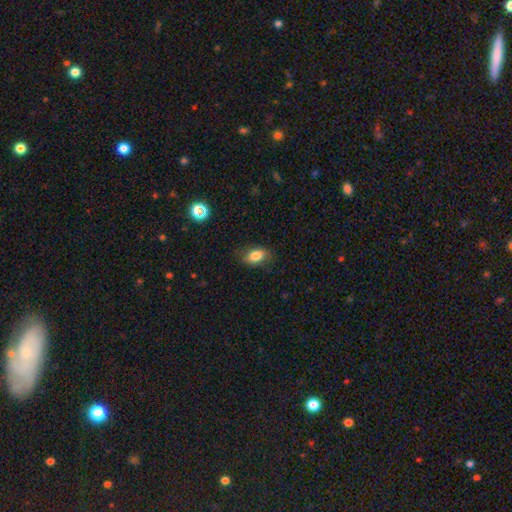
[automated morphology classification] smooth-or-featured: smooth: 82% | featured or disk: 10% | star or artifact: 9%
  how-rounded: in between: 85% | round: 13% | cigar-shaped: 2%
  merging: none: 77% | minor disturbance: 17% | major disturbance: 5% | merger: 1%